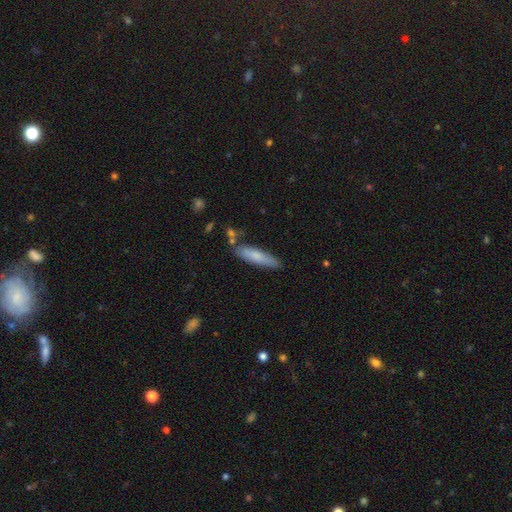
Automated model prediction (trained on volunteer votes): Smooth or featured? Predicted: smooth (p=0.74). How rounded? Predicted: cigar-shaped (p=0.80). Merging? Predicted: none (p=0.78).